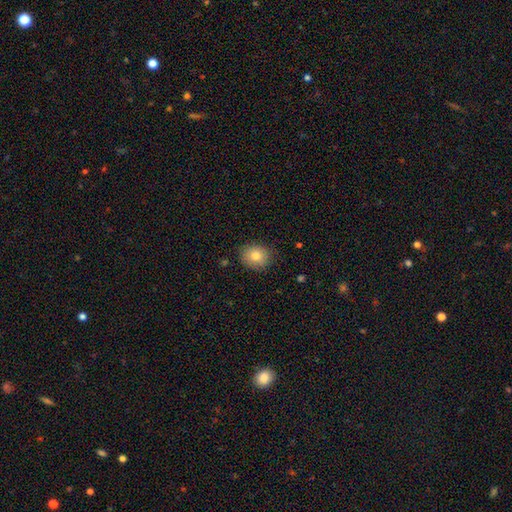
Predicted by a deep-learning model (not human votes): Smooth or featured? smooth (81%)
How rounded? round (68%)
Merging? none (86%)